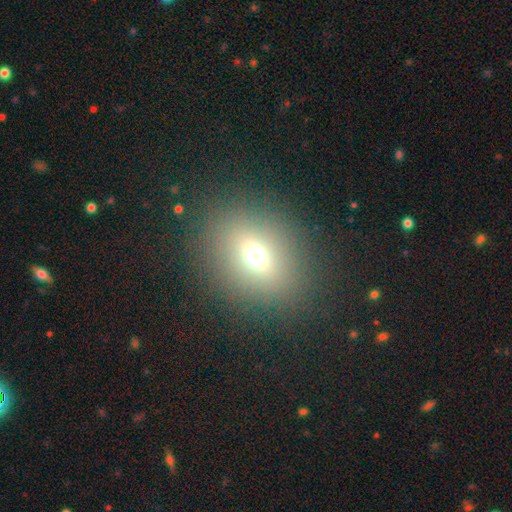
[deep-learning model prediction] This appears to be a smooth galaxy with no disk features (64%) that is in between round and cigar-shaped (54%). Merging: none (86%).